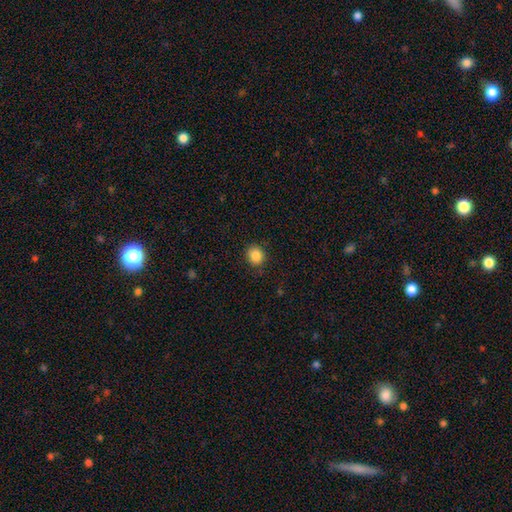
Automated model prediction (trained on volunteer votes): smooth-or-featured: smooth: 86% | star or artifact: 10% | featured or disk: 4%
  how-rounded: round: 82% | in between: 17% | cigar-shaped: 1%
  merging: none: 87% | minor disturbance: 9% | major disturbance: 3% | merger: 1%